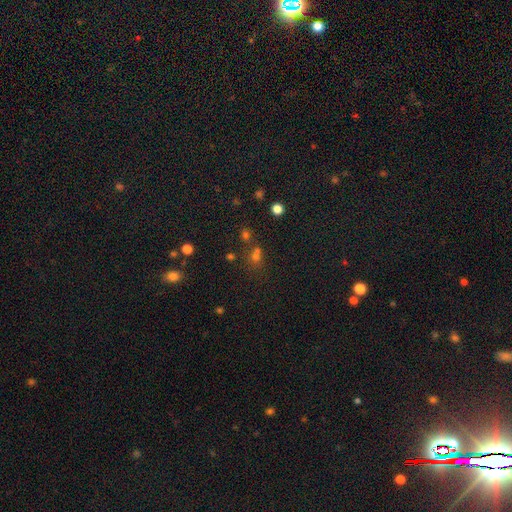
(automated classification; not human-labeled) Morphology: type=smooth (52%); roundness=round (76%); merging=none (54%).